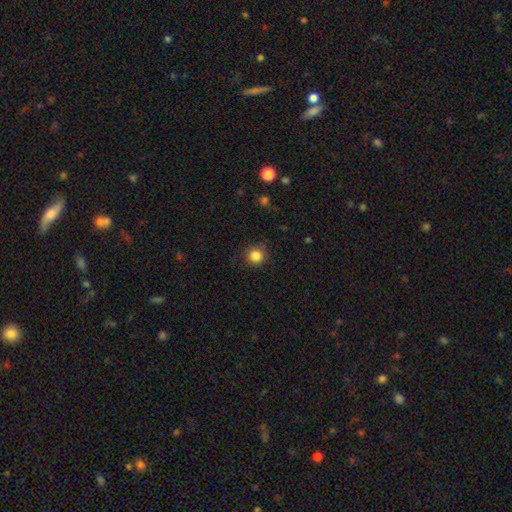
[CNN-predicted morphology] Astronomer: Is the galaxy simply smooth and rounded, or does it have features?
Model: smooth — 85%.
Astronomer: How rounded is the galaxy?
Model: round — 93%.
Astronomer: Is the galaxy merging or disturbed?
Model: none — 86%.